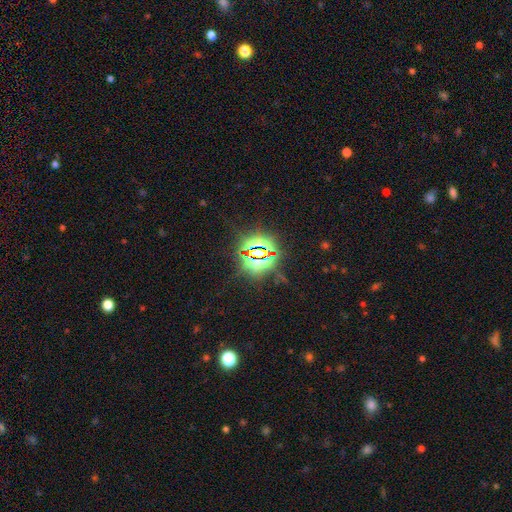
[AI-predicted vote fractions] Smooth or featured: star or artifact — 81% (smooth — 11%)